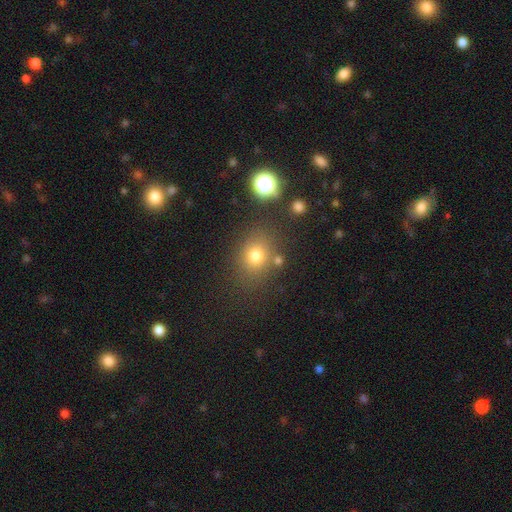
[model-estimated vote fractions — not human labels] smooth_or_featured: smooth (p=0.75) [alt: star or artifact p=0.16]
how_rounded: round (p=0.62) [alt: in between p=0.37]
merging: none (p=0.75) [alt: minor disturbance p=0.13]